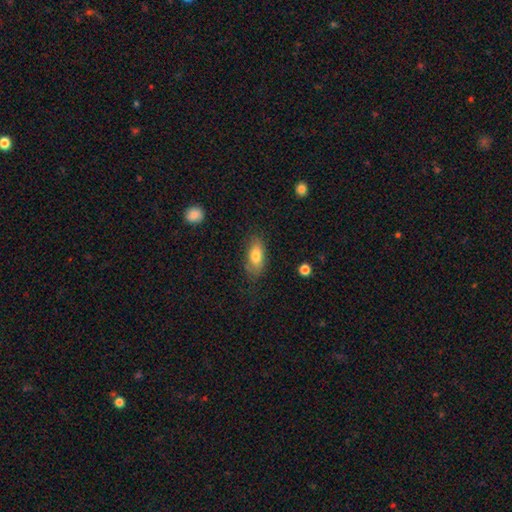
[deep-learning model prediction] A smooth galaxy with no disk features (78%) that is in between round and cigar-shaped (84%).

Vote fractions:
- Smooth or featured? smooth: 78% / featured or disk: 15% / star or artifact: 7%
- How rounded? in between: 84% / cigar-shaped: 12% / round: 4%
- Merging? none: 73% / minor disturbance: 19% / major disturbance: 6% / merger: 2%